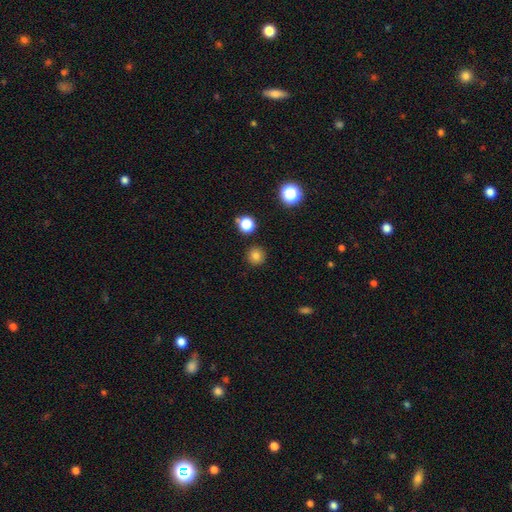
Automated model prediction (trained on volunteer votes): A smooth galaxy with no disk features (81%) that is round (93%). Merging: none (90%).